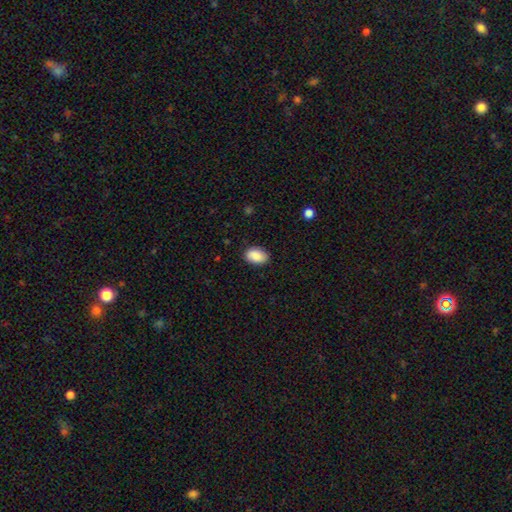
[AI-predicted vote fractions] Smooth or featured?
  - smooth: 89% *
  - star or artifact: 6%
  - featured or disk: 4%
How rounded?
  - in between: 87% *
  - round: 12%
  - cigar-shaped: 1%
Merging?
  - none: 87% *
  - minor disturbance: 10%
  - major disturbance: 2%
  - merger: 1%